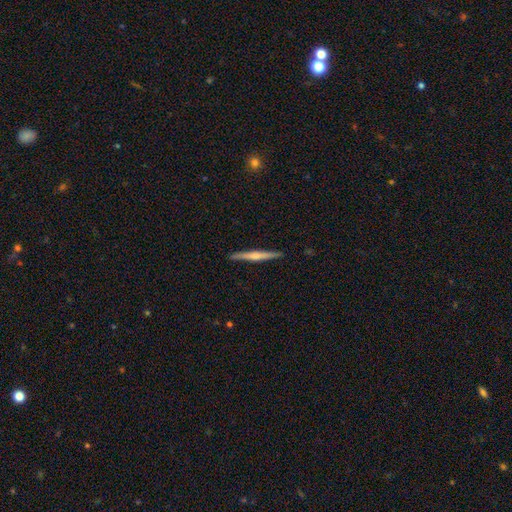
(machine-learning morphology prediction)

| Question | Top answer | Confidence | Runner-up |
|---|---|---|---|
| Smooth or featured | featured or disk | 59% | smooth (36%) |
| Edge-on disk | yes | 98% | no (2%) |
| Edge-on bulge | rounded | 69% | none (21%) |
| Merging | none | 91% | minor disturbance (7%) |